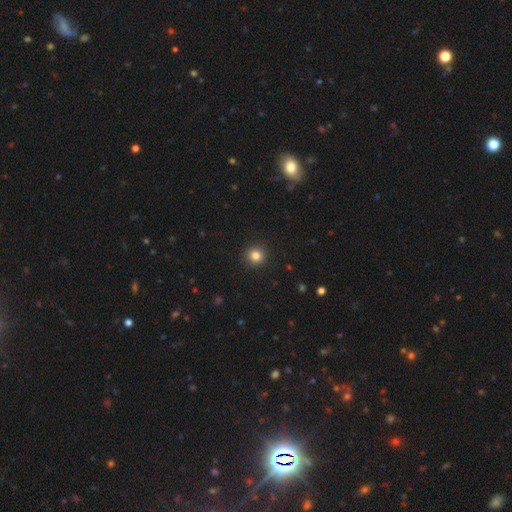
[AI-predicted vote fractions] Morphology: type=smooth (83%); roundness=round (95%); merging=none (93%).